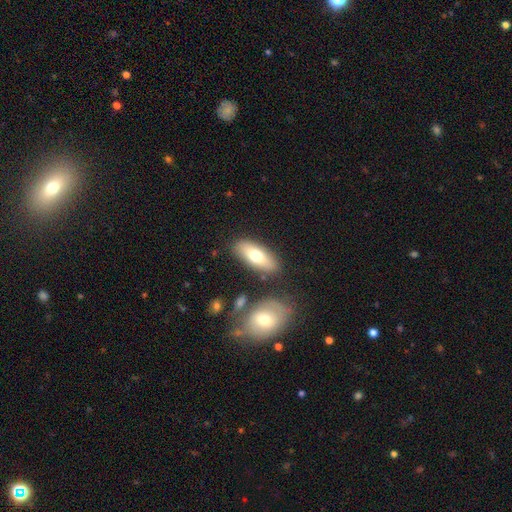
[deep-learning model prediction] A smooth galaxy with no disk features (68%) that is in between round and cigar-shaped (77%). Merging: none (81%).